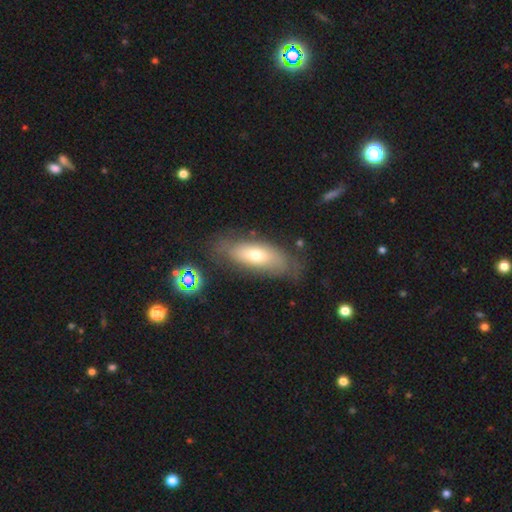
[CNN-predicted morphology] Smooth or featured? Predicted: smooth (p=0.56). How rounded? Predicted: in between (p=0.71). Merging? Predicted: none (p=0.71).